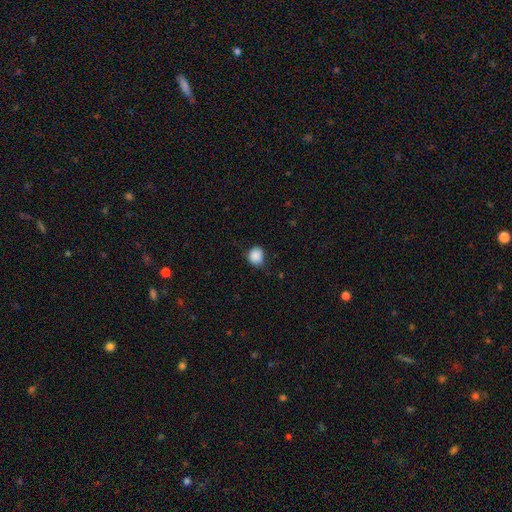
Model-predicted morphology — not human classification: This appears to be a smooth galaxy with no disk features (87%) that is round (78%). Merging: none (72%).